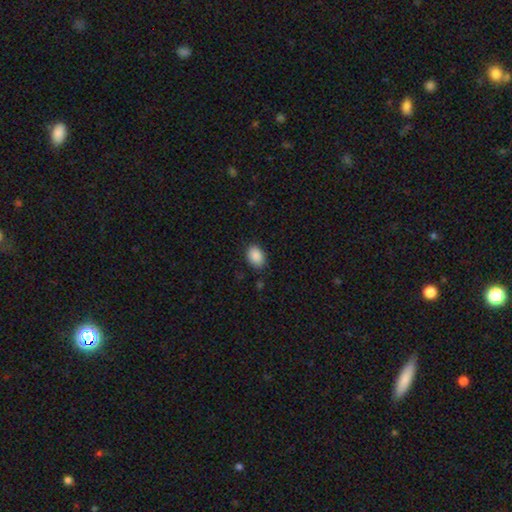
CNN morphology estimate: Smooth or featured? Predicted: smooth (p=0.89). How rounded? Predicted: in between (p=0.82). Merging? Predicted: none (p=0.85).